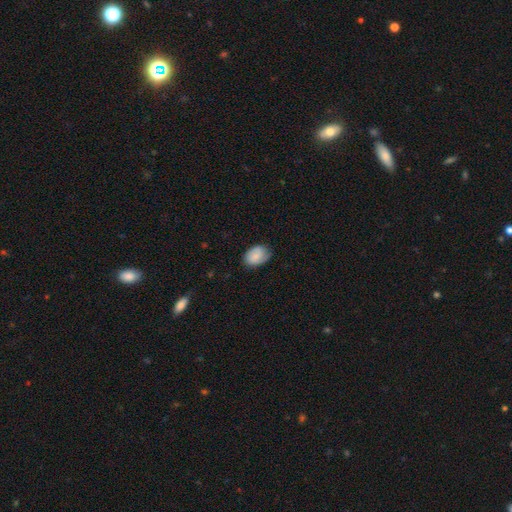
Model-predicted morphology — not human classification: smooth 69%, featured or disk 24%, star or artifact 7%. Down the decision tree: how rounded — in between (81%); merging — none (66%).